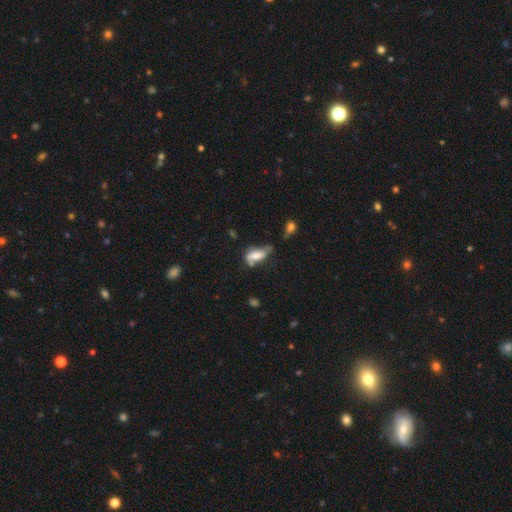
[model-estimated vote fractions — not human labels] smooth 62%, featured or disk 28%, star or artifact 10%. Down the decision tree: how rounded — in between (80%); merging — minor disturbance (31%).